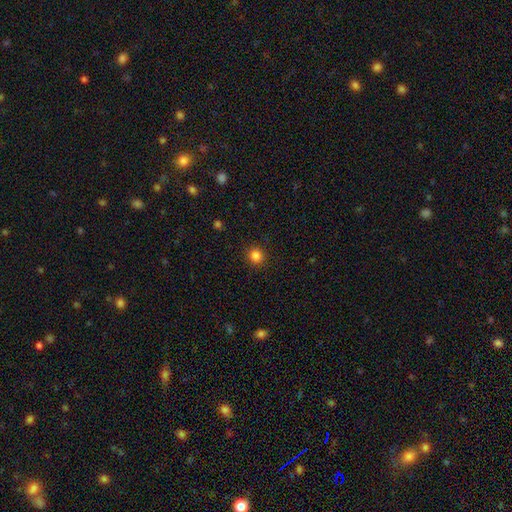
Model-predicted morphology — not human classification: type=smooth (84%); roundness=round (92%); merging=none (91%).